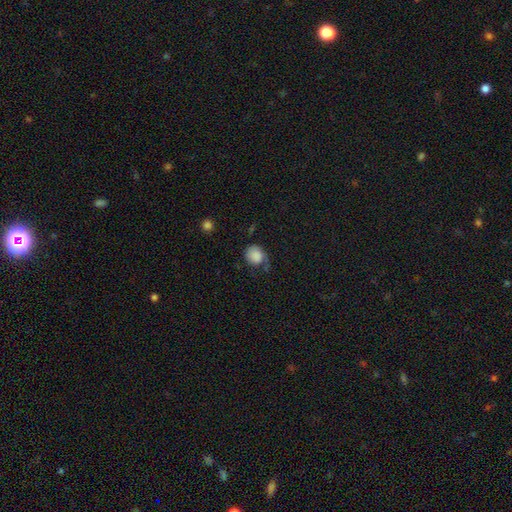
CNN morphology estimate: Smooth or featured: smooth — 81% (featured or disk — 11%)
How rounded: round — 67% (in between — 32%)
Merging: none — 42% (minor disturbance — 32%)